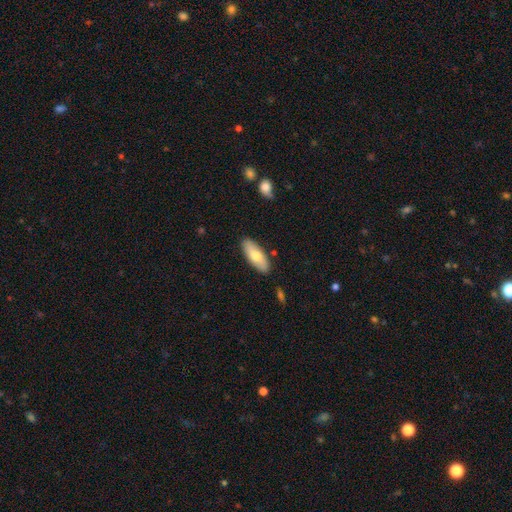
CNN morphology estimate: smooth_or_featured: smooth (p=0.70) [alt: featured or disk p=0.25]
how_rounded: in between (p=0.77) [alt: cigar-shaped p=0.21]
merging: none (p=0.86) [alt: minor disturbance p=0.10]